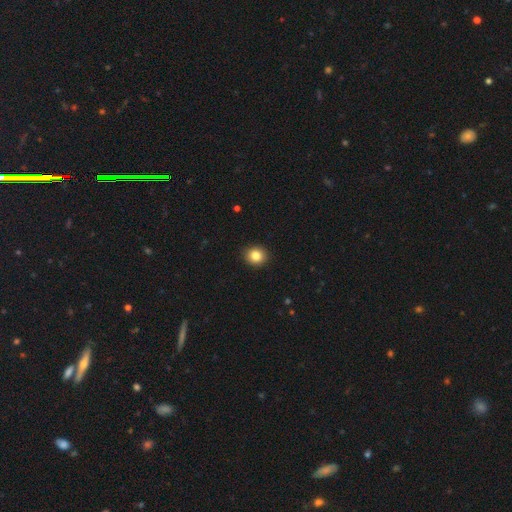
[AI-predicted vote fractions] Morphology: type=smooth (85%); roundness=round (81%); merging=none (92%).